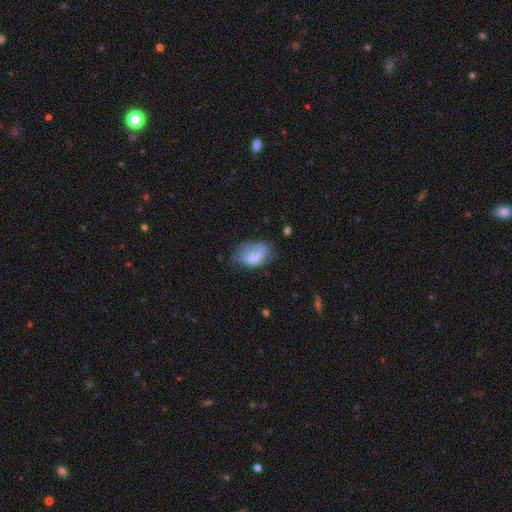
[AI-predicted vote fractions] This appears to be a smooth galaxy with no disk features (66%) that is in between round and cigar-shaped (90%). Merging: none (42%).